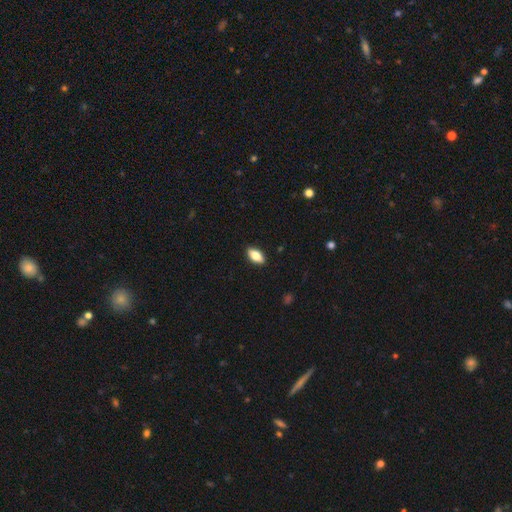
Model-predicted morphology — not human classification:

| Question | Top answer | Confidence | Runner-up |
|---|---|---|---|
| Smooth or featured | smooth | 76% | featured or disk (17%) |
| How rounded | in between | 88% | cigar-shaped (8%) |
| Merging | none | 89% | minor disturbance (8%) |